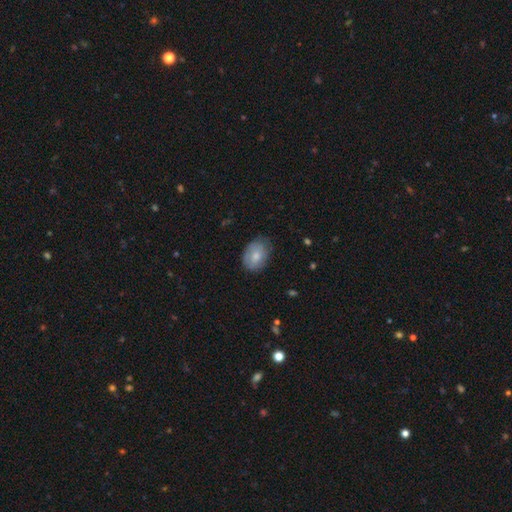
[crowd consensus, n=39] Q: Smooth or featured?
A: smooth (69%); runner-up: featured or disk (21%)
Q: How rounded?
A: in between (56%); runner-up: round (44%)
Q: Merging?
A: none (63%); runner-up: minor disturbance (34%)